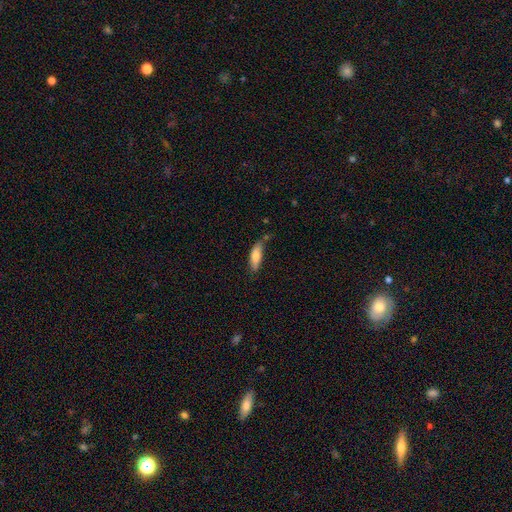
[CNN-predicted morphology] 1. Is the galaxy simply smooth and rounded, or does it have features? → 77% smooth, 16% featured or disk, 6% star or artifact.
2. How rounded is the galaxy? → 51% in between, 47% cigar-shaped, 2% round.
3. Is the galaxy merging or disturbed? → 64% none, 26% minor disturbance, 6% merger, 5% major disturbance.